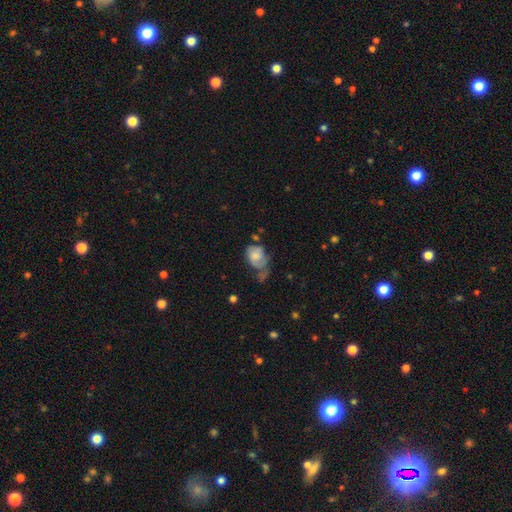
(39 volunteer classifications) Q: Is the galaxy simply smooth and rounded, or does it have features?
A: featured or disk — 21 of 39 (54%).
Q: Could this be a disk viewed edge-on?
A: no — 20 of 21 (95%).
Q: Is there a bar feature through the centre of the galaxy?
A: weak — 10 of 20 (50%).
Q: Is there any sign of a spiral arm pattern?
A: yes — 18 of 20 (90%).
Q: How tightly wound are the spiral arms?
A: medium — 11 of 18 (61%).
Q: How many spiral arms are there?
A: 2 — 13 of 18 (72%).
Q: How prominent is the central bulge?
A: large — 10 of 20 (50%).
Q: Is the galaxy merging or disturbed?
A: minor disturbance — 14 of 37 (38%).